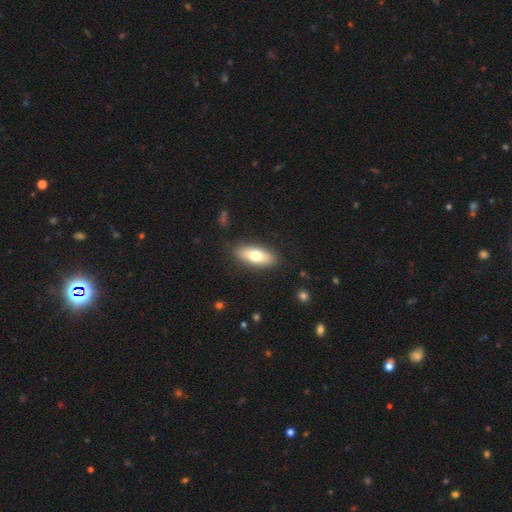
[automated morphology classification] Smooth or featured? Predicted: smooth (p=0.70). How rounded? Predicted: in between (p=0.77). Merging? Predicted: none (p=0.87).